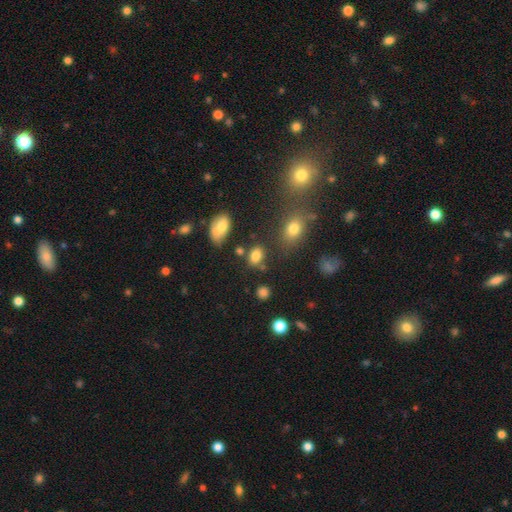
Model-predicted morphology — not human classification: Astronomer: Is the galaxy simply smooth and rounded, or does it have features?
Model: smooth — 81%.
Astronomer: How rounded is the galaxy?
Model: in between — 80%.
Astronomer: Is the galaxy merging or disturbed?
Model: none — 68%.